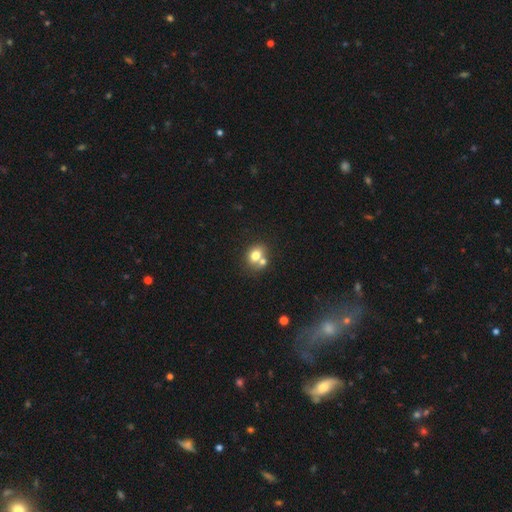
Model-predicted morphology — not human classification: type=smooth (75%); roundness=round (52%); merging=none (44%).